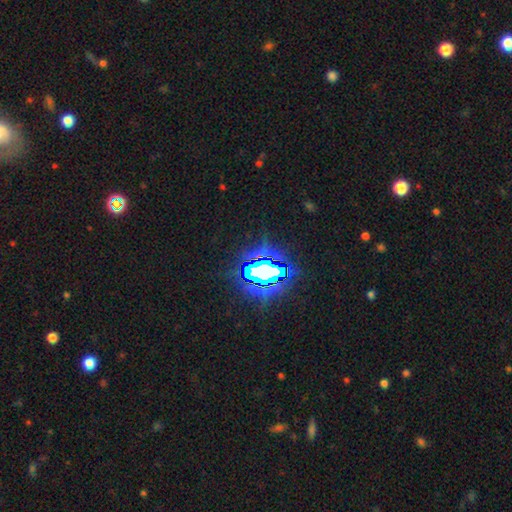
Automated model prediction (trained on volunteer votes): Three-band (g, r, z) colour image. It shows a star or artifact, not a galaxy (77%).